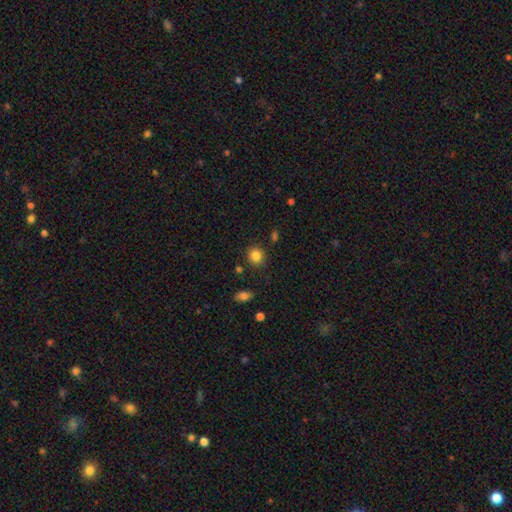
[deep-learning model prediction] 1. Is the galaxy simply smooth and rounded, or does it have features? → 84% smooth, 11% star or artifact, 5% featured or disk.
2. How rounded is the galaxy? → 83% round, 16% in between, 1% cigar-shaped.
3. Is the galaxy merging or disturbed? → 84% none, 10% minor disturbance, 3% merger, 3% major disturbance.